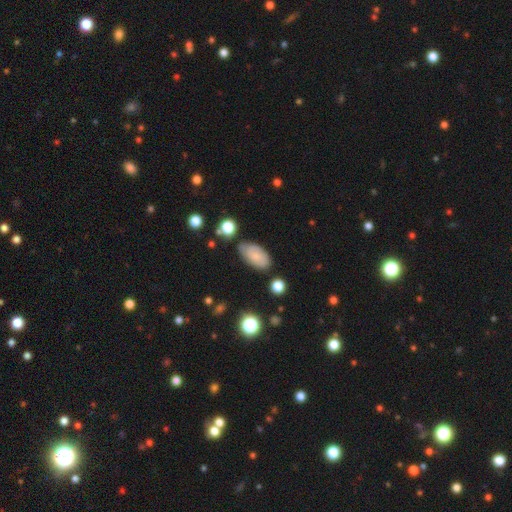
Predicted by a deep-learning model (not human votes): Overall: smooth (71%). How rounded: in between (94%). Merging: none (72%).